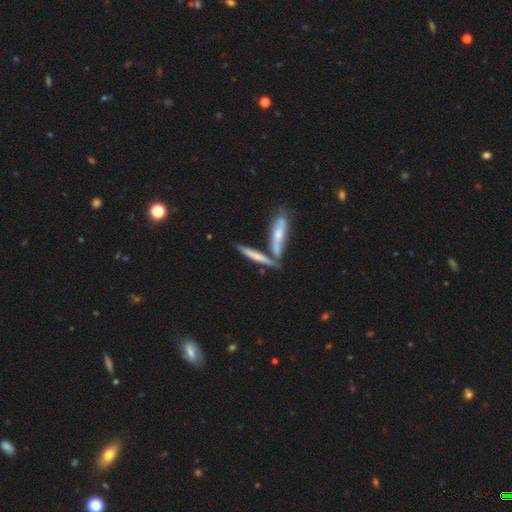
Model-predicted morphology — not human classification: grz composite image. It shows a smooth galaxy with no disk features (56%) that is cigar-shaped (87%). Merging: none (57%).